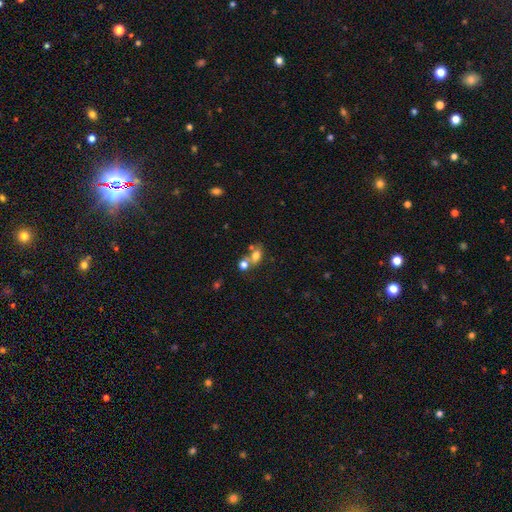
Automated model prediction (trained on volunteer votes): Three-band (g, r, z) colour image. It shows a smooth galaxy with no disk features (70%) that is in between round and cigar-shaped (68%). Merging: merger (50%).